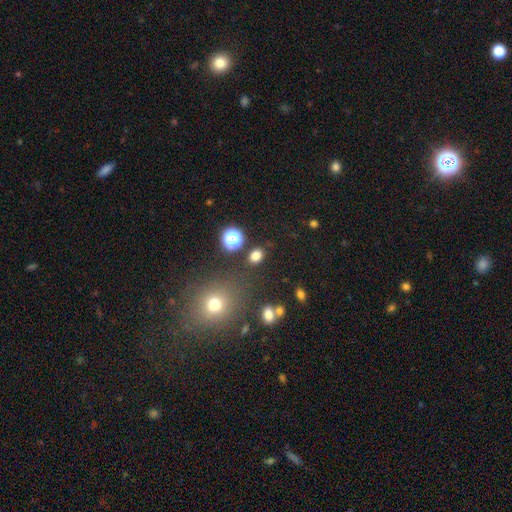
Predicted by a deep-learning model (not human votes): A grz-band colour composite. It shows a smooth galaxy with no disk features (78%) that is in between round and cigar-shaped (56%). Merging: none (83%).